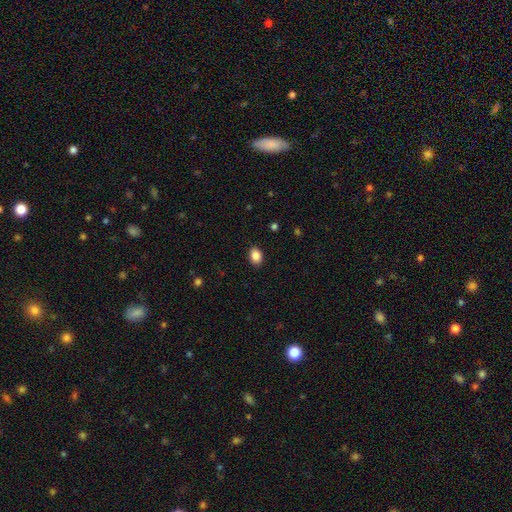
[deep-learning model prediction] Smooth or featured? Predicted: smooth (p=0.87). How rounded? Predicted: in between (p=0.70). Merging? Predicted: none (p=0.90).